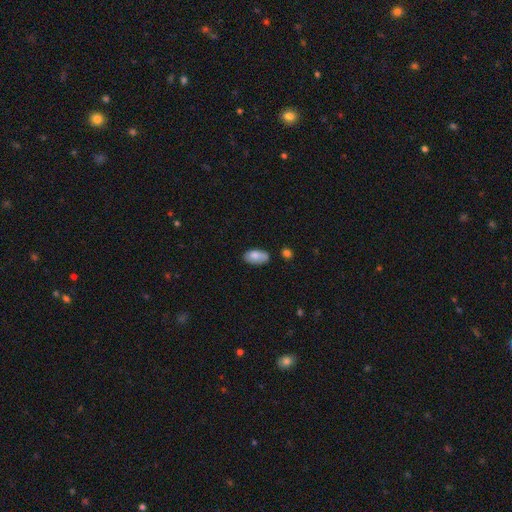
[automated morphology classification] type=smooth (80%); roundness=in between (94%); merging=none (71%).